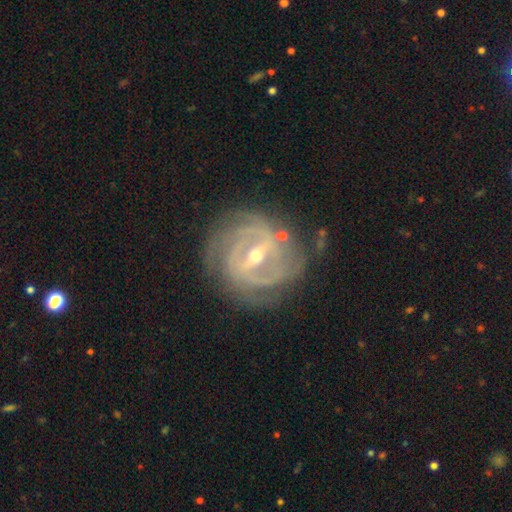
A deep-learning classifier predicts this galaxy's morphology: The model was most divided on "bulge size": moderate: 49%, small: 48%, large: 2%, none: 1%, dominant: 1%. Remaining: edge-on disk — no (95%); spiral arms — yes (95%); smooth or featured — featured or disk (90%); merging — none (74%); spiral winding — tight (66%); bar — strong (61%); spiral arm count — 3 (27%).